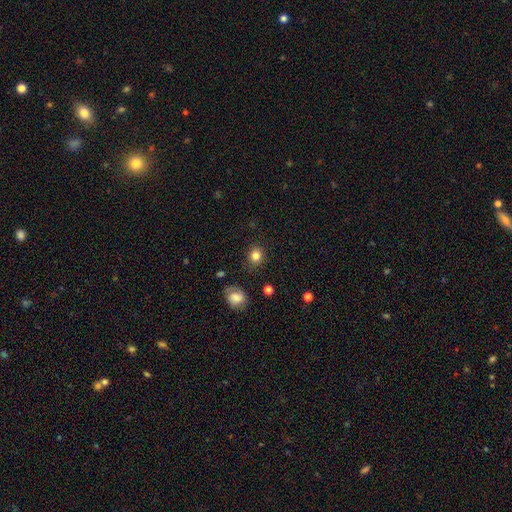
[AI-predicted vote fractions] smooth_or_featured: smooth (p=0.82) [alt: star or artifact p=0.12]
how_rounded: round (p=0.80) [alt: in between p=0.19]
merging: none (p=0.85) [alt: minor disturbance p=0.11]